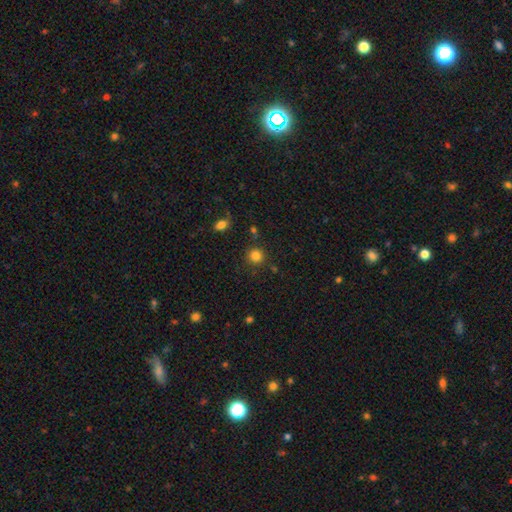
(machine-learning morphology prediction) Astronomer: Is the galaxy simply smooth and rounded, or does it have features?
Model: smooth — 83%.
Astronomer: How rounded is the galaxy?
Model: round — 92%.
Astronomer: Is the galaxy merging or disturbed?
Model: none — 85%.